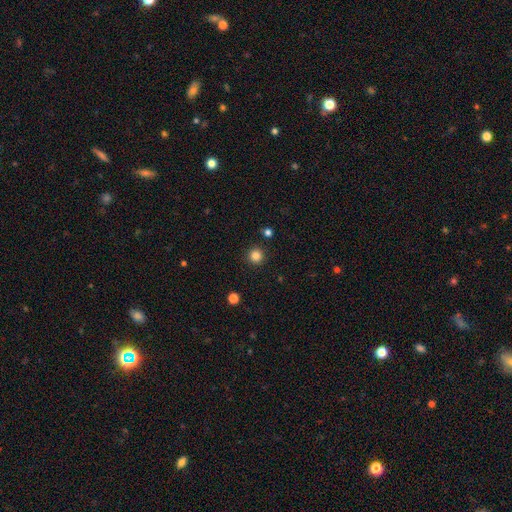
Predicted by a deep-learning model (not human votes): This appears to be a smooth galaxy with no disk features (84%) that is round (96%). Merging: none (92%).